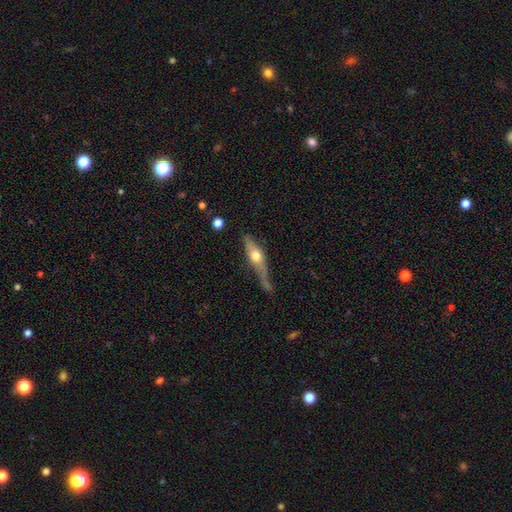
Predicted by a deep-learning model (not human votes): featured or disk 57%, smooth 37%, star or artifact 6%. Down the decision tree: edge-on disk — yes (84%); merging — none (48%).